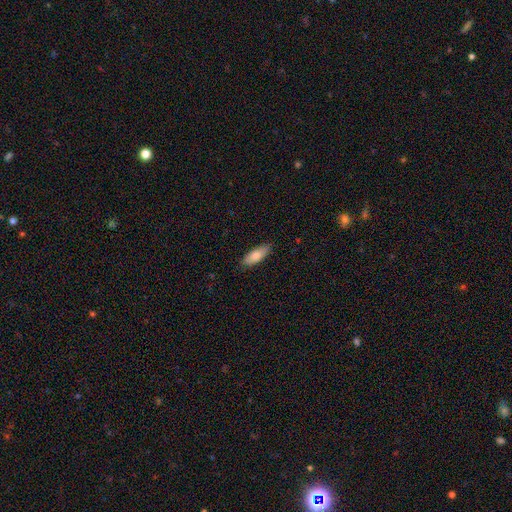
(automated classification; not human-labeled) smooth-or-featured: smooth: 79% | featured or disk: 15% | star or artifact: 6%
  how-rounded: in between: 69% | cigar-shaped: 29% | round: 2%
  merging: none: 86% | minor disturbance: 11% | major disturbance: 2% | merger: 1%